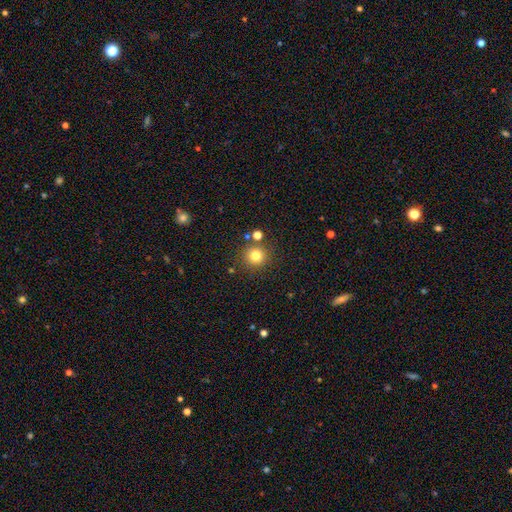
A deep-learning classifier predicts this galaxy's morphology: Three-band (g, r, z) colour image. It shows a smooth galaxy with no disk features (80%) that is round (94%). Merging: none (84%).